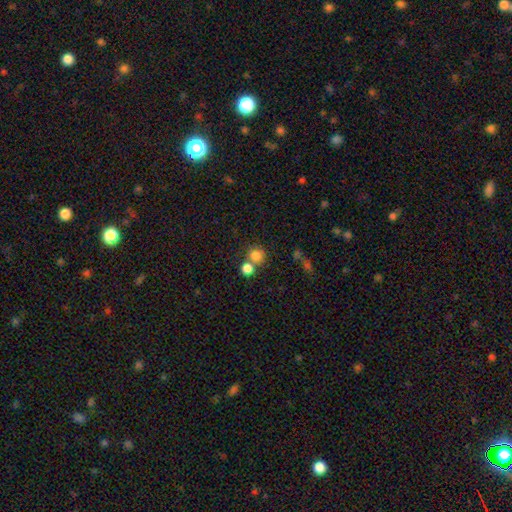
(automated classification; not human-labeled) Q: Smooth or featured?
A: smooth (79%); runner-up: star or artifact (13%)
Q: How rounded?
A: round (87%); runner-up: in between (12%)
Q: Merging?
A: none (57%); runner-up: merger (32%)